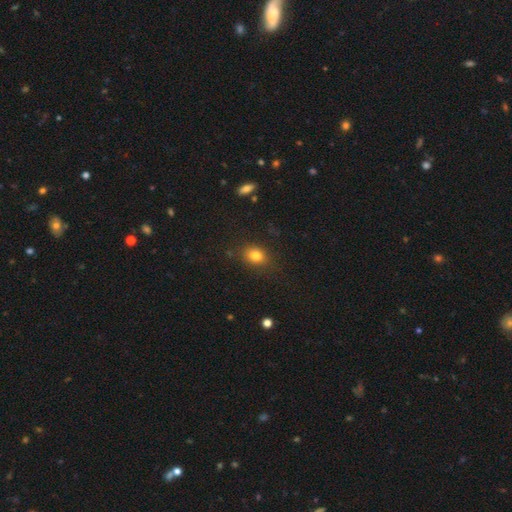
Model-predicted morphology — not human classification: Overall: smooth (81%). How rounded: in between (54%; round 45%). Merging: none (83%).